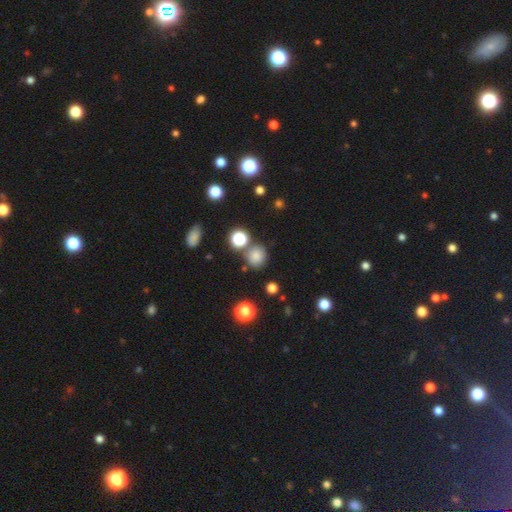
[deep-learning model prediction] Q: Smooth or featured?
A: smooth (78%); runner-up: star or artifact (16%)
Q: How rounded?
A: round (83%); runner-up: in between (16%)
Q: Merging?
A: none (73%); runner-up: merger (12%)